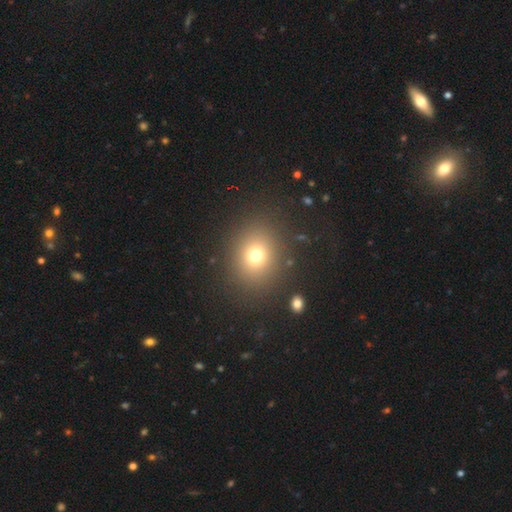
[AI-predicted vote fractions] Smooth or featured? Predicted: smooth (p=0.72). How rounded? Predicted: round (p=0.68). Merging? Predicted: none (p=0.86).